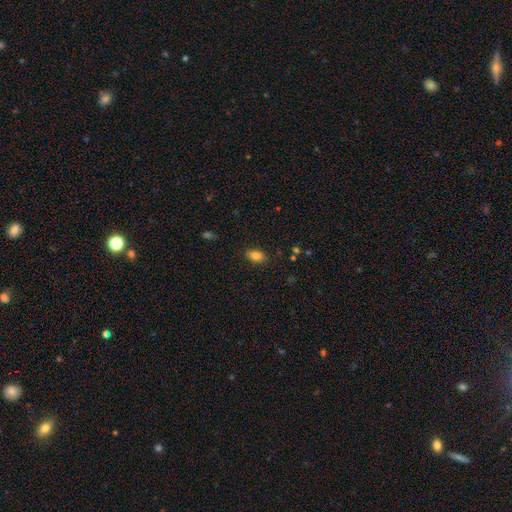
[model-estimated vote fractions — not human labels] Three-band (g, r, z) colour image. It shows a smooth galaxy with no disk features (84%) that is in between round and cigar-shaped (89%). Merging: none (86%).